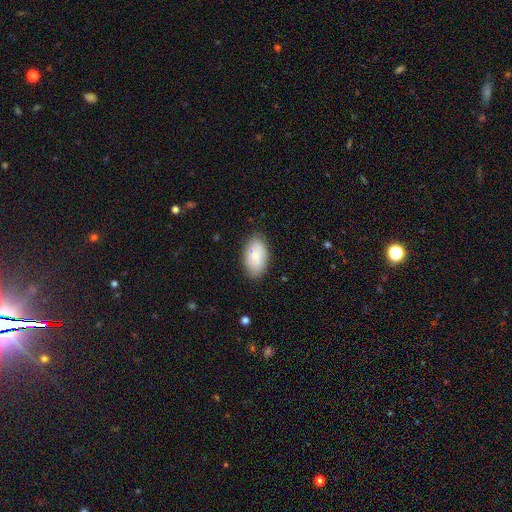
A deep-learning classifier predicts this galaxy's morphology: smooth 81%, featured or disk 12%, star or artifact 6%. Down the decision tree: how rounded — in between (95%); merging — none (83%).